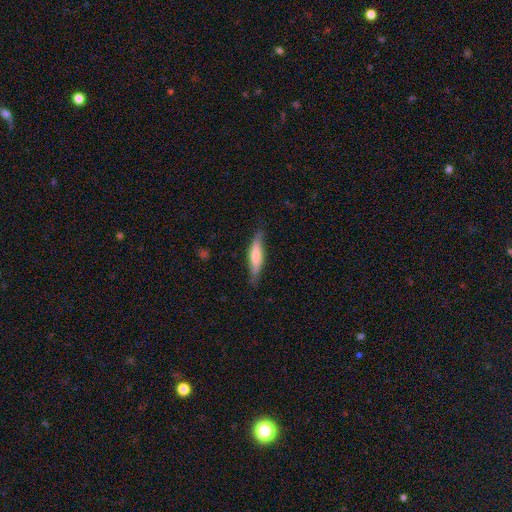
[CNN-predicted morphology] Smooth or featured? smooth (62%)
How rounded? cigar-shaped (78%)
Merging? none (76%)